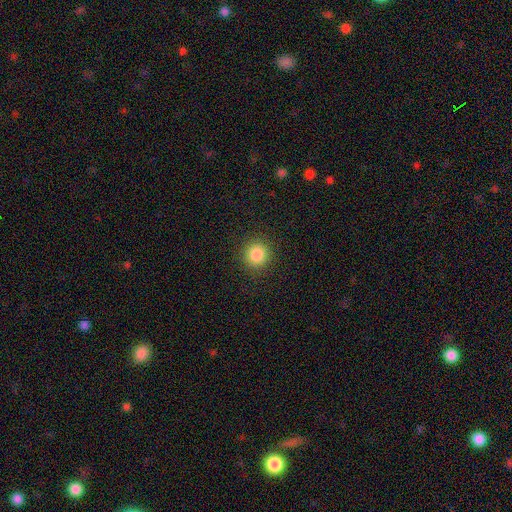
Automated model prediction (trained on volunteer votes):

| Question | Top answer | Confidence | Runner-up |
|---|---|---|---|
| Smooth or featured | smooth | 86% | star or artifact (11%) |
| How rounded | round | 94% | in between (5%) |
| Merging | none | 91% | minor disturbance (6%) |